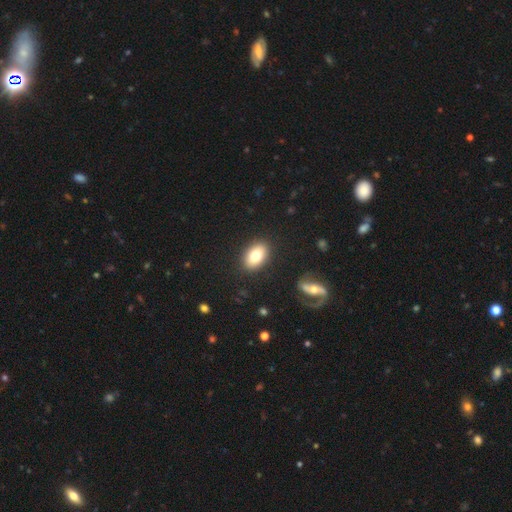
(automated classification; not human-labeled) Smooth or featured?
  - smooth: 78% *
  - featured or disk: 14%
  - star or artifact: 8%
How rounded?
  - in between: 88% *
  - round: 11%
  - cigar-shaped: 2%
Merging?
  - none: 88% *
  - minor disturbance: 8%
  - major disturbance: 2%
  - merger: 1%